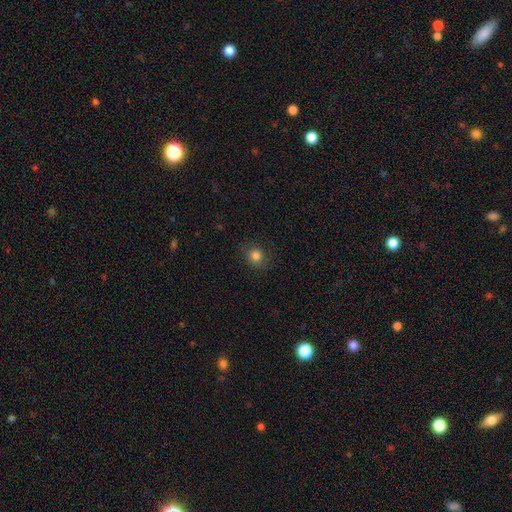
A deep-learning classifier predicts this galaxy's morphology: Smooth or featured?
  - smooth: 82% *
  - star or artifact: 13%
  - featured or disk: 5%
How rounded?
  - round: 82% *
  - in between: 17%
  - cigar-shaped: 1%
Merging?
  - none: 85% *
  - minor disturbance: 10%
  - major disturbance: 3%
  - merger: 1%